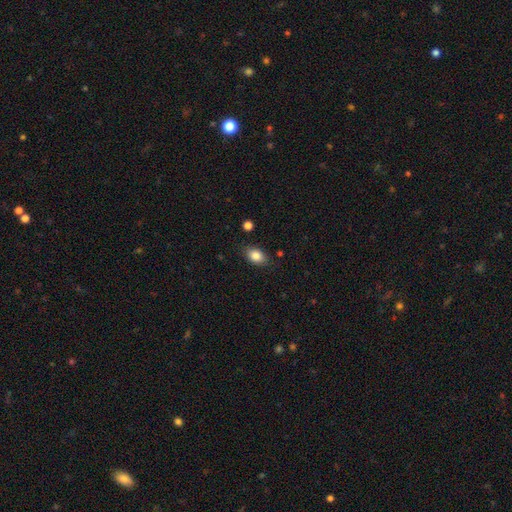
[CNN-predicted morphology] Overall: smooth (84%). How rounded: in between (82%). Merging: none (82%).